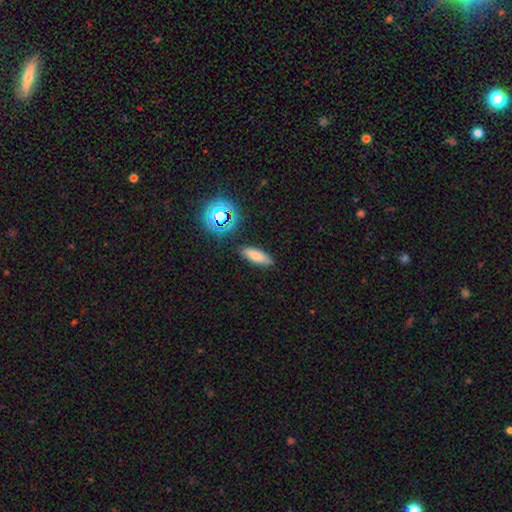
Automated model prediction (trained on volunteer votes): This is likely a smooth galaxy (76%). How rounded: possibly in between (59%). Merging: clearly none (85%).